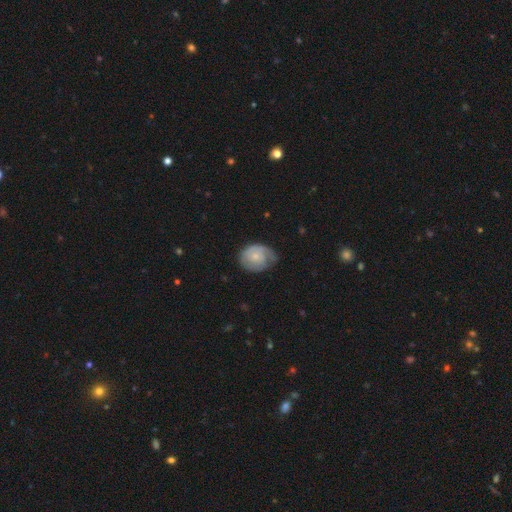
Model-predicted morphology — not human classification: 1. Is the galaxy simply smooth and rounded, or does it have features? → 54% featured or disk, 40% smooth, 6% star or artifact.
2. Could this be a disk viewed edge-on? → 97% no, 3% yes.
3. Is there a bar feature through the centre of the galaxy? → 79% no, 19% weak, 2% strong.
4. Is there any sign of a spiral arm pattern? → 82% yes, 18% no.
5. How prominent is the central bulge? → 65% small, 27% moderate, 5% none, 2% large, 1% dominant.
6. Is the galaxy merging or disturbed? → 47% none, 35% minor disturbance, 16% major disturbance, 2% merger.